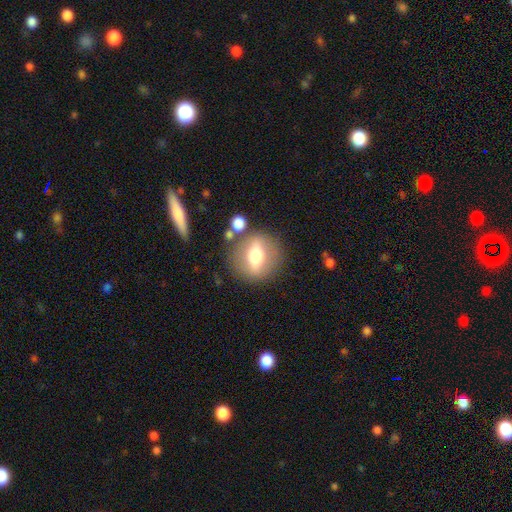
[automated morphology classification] type=featured or disk (46%); merging=none (78%).